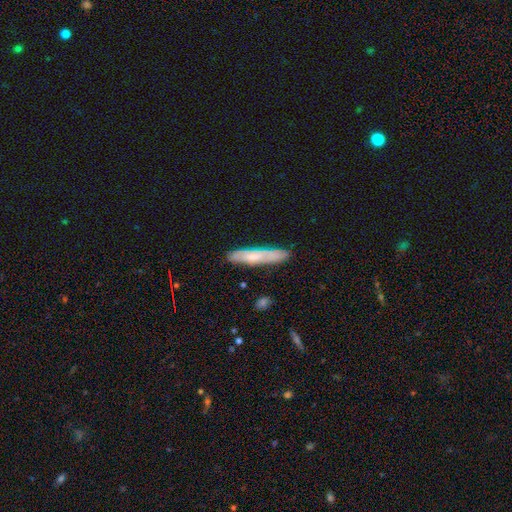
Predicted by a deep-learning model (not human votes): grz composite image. It shows a smooth galaxy with no disk features (48%). Merging: none (82%).